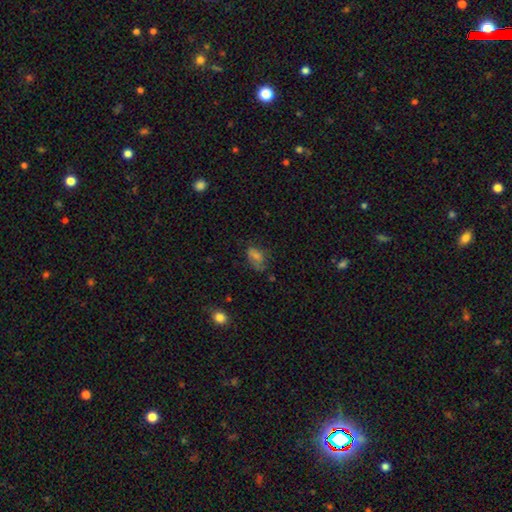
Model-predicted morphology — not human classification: Smooth or featured?
  - smooth: 53% *
  - featured or disk: 26%
  - star or artifact: 21%
How rounded?
  - in between: 80% *
  - round: 16%
  - cigar-shaped: 3%
Merging?
  - none: 53% *
  - minor disturbance: 26%
  - major disturbance: 17%
  - merger: 4%